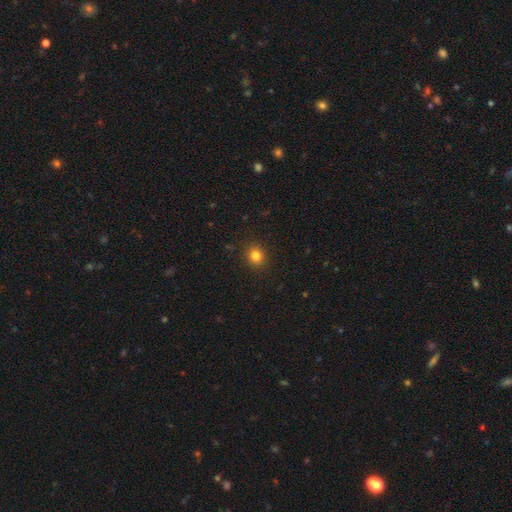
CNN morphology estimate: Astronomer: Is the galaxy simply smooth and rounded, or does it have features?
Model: smooth — 82%.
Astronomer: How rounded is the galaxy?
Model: round — 73%.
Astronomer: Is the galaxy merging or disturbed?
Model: none — 91%.